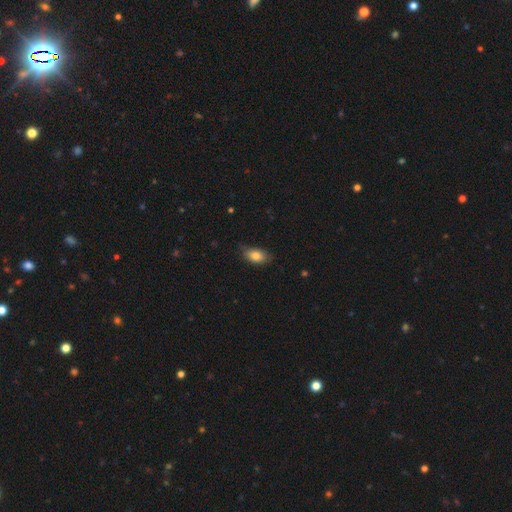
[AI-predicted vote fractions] Morphology: type=smooth (82%); roundness=in between (89%); merging=none (72%).